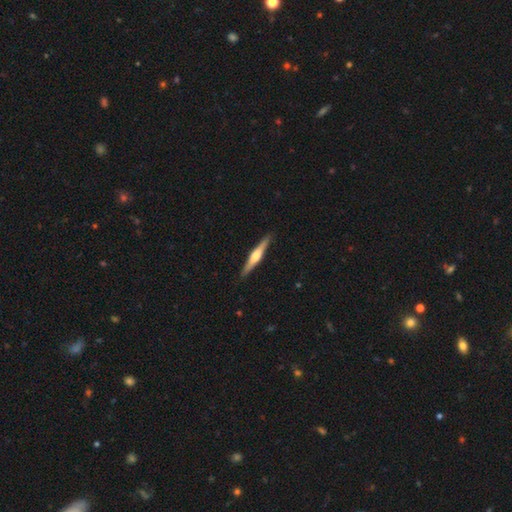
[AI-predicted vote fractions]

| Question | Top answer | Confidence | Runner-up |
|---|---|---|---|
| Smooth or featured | featured or disk | 69% | smooth (26%) |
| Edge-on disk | yes | 98% | no (2%) |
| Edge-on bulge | rounded | 86% | boxy (9%) |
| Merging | none | 91% | minor disturbance (7%) |